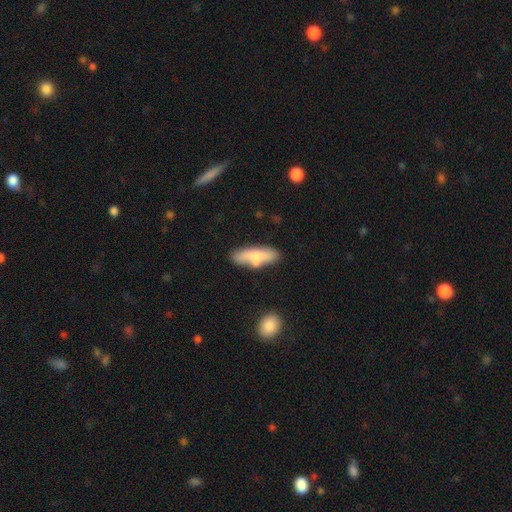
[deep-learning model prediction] Morphology: type=smooth (69%); roundness=in between (59%); merging=none (57%).